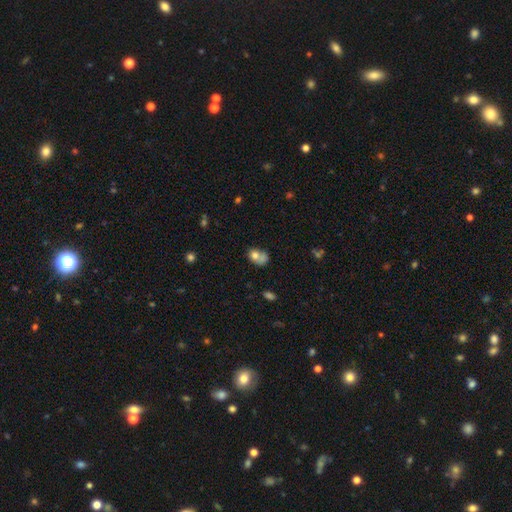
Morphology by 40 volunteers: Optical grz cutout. It shows a smooth galaxy with no disk features (78%) that is round (65%). Merging: none (46%).